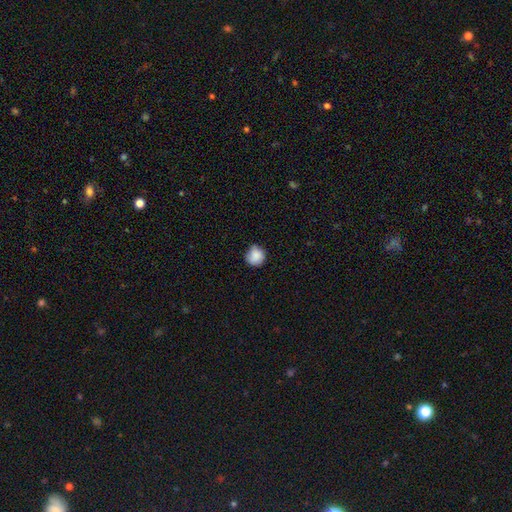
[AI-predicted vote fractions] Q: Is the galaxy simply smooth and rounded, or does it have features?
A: smooth — 85%.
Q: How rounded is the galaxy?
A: round — 90%.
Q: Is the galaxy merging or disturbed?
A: none — 73%.